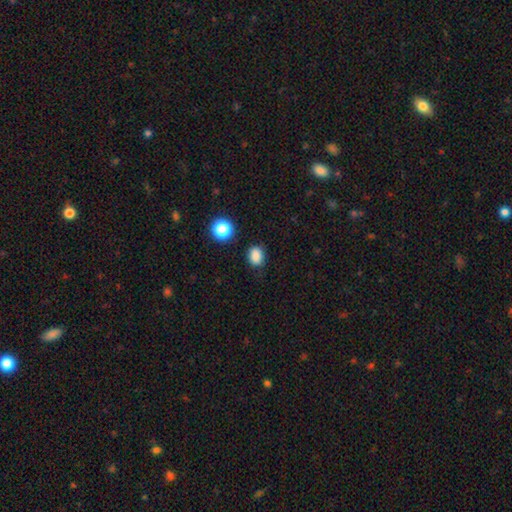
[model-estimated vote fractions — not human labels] A smooth galaxy with no disk features (85%) that is in between round and cigar-shaped (55%).

Vote fractions:
- Smooth or featured? smooth: 85% / star or artifact: 12% / featured or disk: 4%
- How rounded? in between: 55% / round: 44% / cigar-shaped: 1%
- Merging? none: 79% / minor disturbance: 15% / major disturbance: 4% / merger: 3%